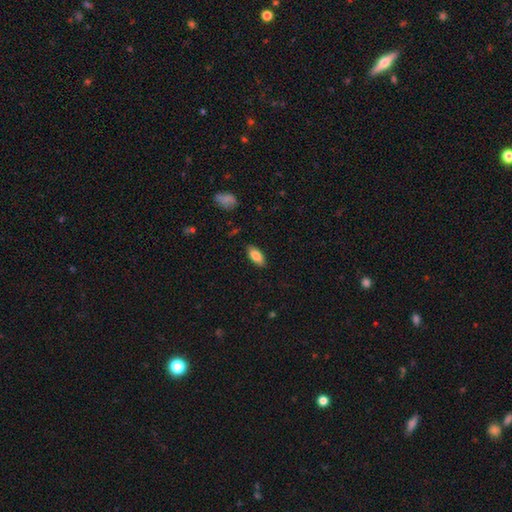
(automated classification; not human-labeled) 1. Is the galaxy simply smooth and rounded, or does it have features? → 84% smooth, 9% featured or disk, 7% star or artifact.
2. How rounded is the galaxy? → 87% in between, 11% cigar-shaped, 2% round.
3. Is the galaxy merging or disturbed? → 86% none, 10% minor disturbance, 2% major disturbance, 1% merger.